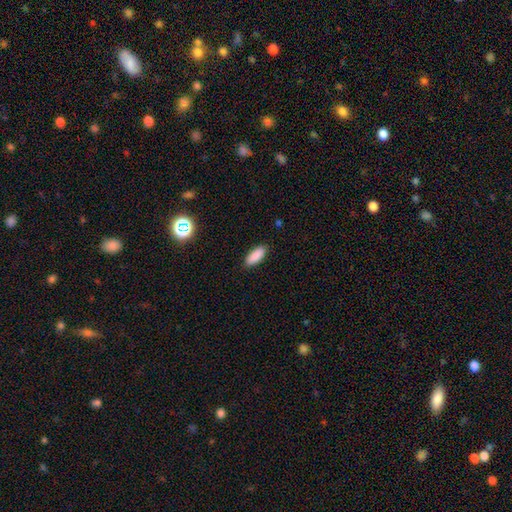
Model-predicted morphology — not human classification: Q: Smooth or featured?
A: smooth (89%); runner-up: star or artifact (7%)
Q: How rounded?
A: in between (75%); runner-up: cigar-shaped (23%)
Q: Merging?
A: none (88%); runner-up: minor disturbance (9%)